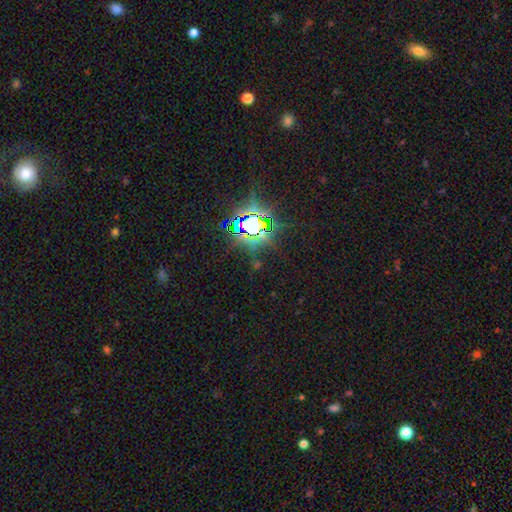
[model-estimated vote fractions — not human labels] Smooth or featured? Predicted: star or artifact (p=0.83).